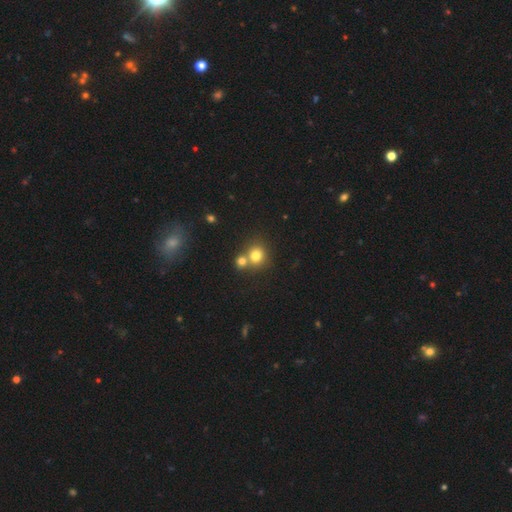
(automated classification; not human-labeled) Overall: smooth (77%). How rounded: round (84%). Merging: none (49%; merger 42%).